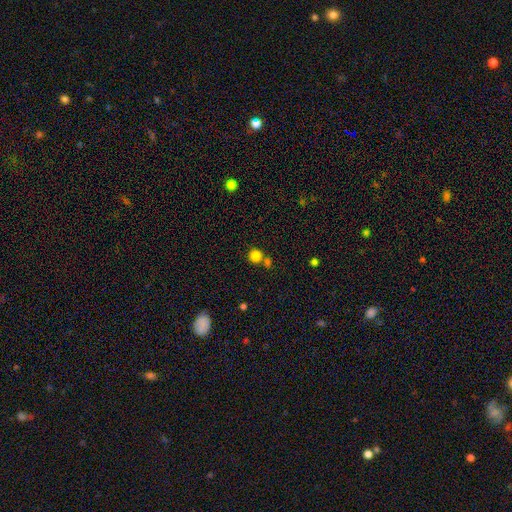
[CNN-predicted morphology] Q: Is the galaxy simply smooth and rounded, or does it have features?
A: smooth — 83%.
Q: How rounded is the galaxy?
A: round — 89%.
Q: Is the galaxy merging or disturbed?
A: none — 65%.